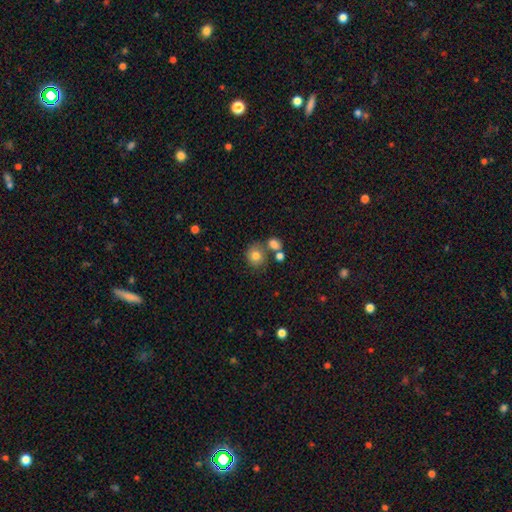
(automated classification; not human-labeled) The model was most divided on "merging": none: 61%, merger: 22%, minor disturbance: 12%, major disturbance: 5%. More confident: how rounded — round (80%); smooth or featured — smooth (78%).